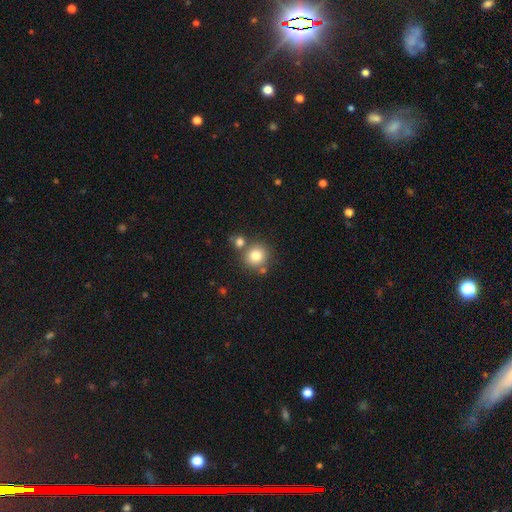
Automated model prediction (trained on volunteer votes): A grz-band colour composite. It shows a smooth galaxy with no disk features (79%) that is round (89%). Merging: none (68%).